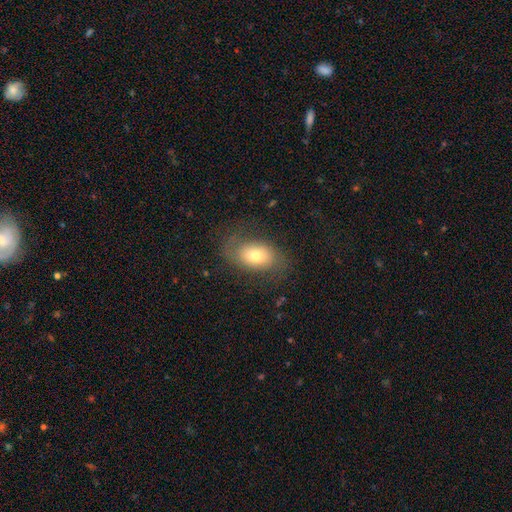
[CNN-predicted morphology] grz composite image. It shows a smooth galaxy with no disk features (61%) that is in between round and cigar-shaped (83%). Merging: none (69%).